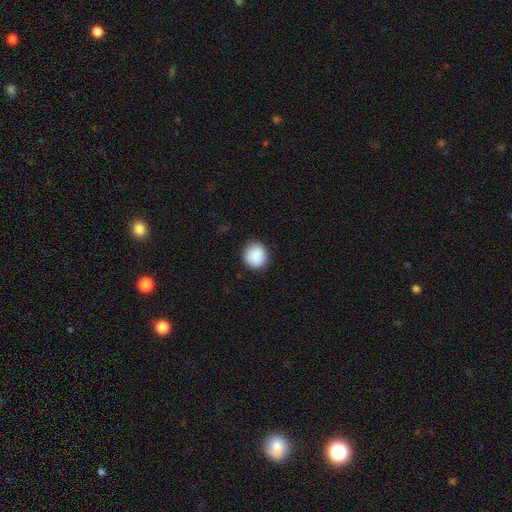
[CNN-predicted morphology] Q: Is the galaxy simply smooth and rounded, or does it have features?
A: smooth — 89%.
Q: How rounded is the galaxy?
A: round — 84%.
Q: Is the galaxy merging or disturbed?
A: none — 87%.